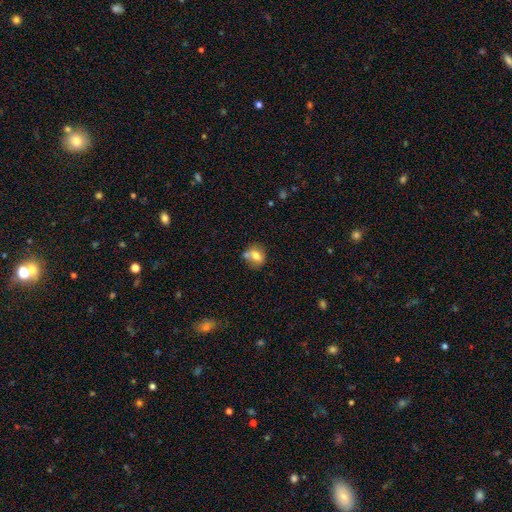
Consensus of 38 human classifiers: Smooth or featured? smooth (76%)
How rounded? round (79%)
Merging? none (68%)